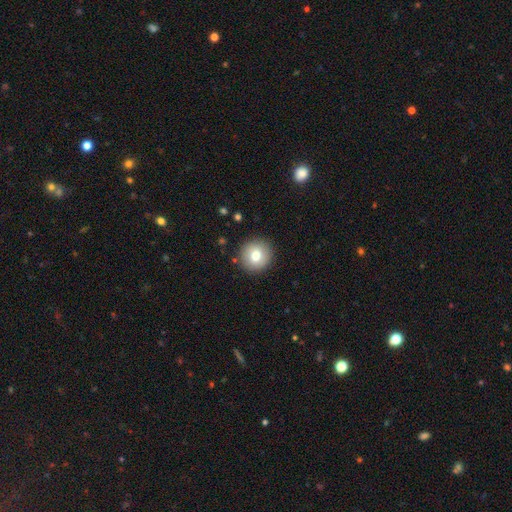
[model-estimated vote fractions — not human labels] Overall: smooth (76%). How rounded: round (94%). Merging: none (90%).